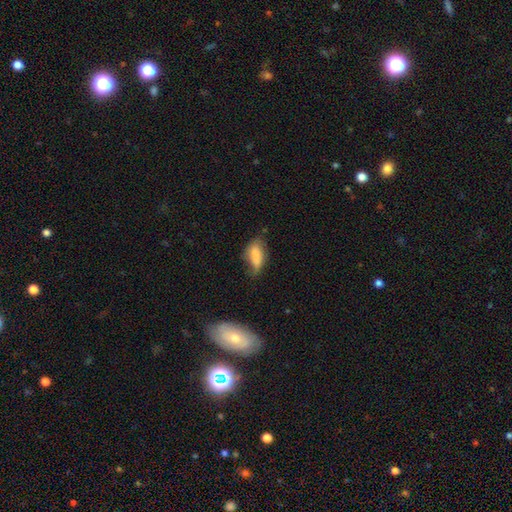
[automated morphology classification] smooth-or-featured: smooth: 76% | featured or disk: 16% | star or artifact: 8%
  how-rounded: in between: 80% | cigar-shaped: 16% | round: 3%
  merging: none: 43% | minor disturbance: 39% | major disturbance: 15% | merger: 3%